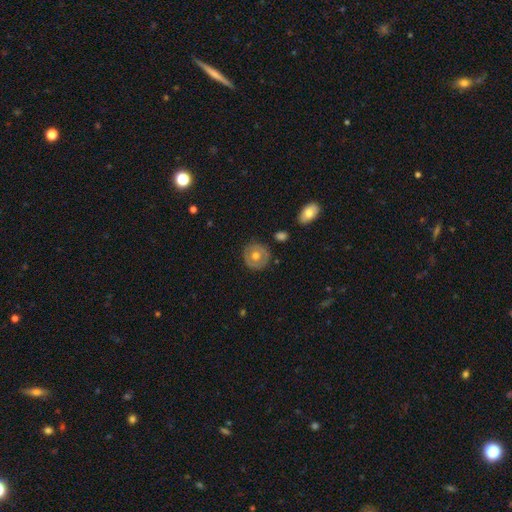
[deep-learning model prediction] Smooth or featured: smooth — 53% (featured or disk — 40%)
How rounded: round — 88% (in between — 11%)
Merging: none — 85% (minor disturbance — 11%)